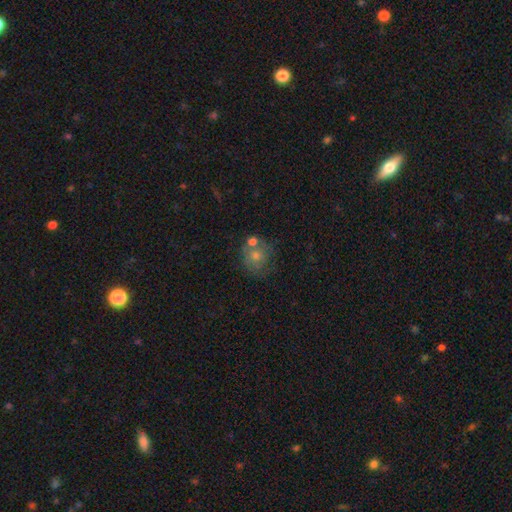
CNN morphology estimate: smooth-or-featured: smooth: 52% | featured or disk: 31% | star or artifact: 17%
  how-rounded: round: 83% | in between: 16% | cigar-shaped: 1%
  merging: none: 58% | merger: 18% | minor disturbance: 16% | major disturbance: 7%